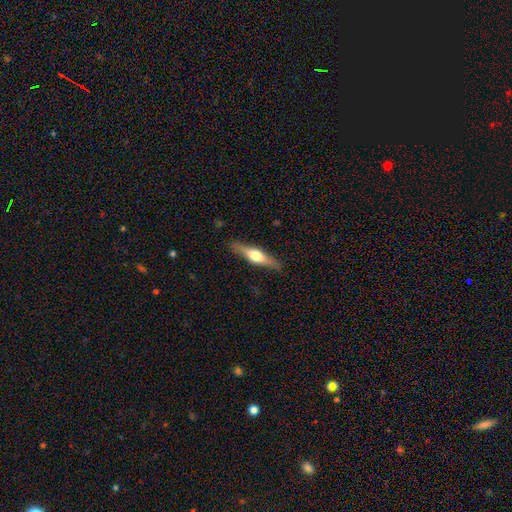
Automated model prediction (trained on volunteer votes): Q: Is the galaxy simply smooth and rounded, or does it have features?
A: featured or disk — 60%.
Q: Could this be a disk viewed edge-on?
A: yes — 95%.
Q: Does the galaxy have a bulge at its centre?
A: rounded — 92%.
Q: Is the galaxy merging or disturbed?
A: none — 88%.